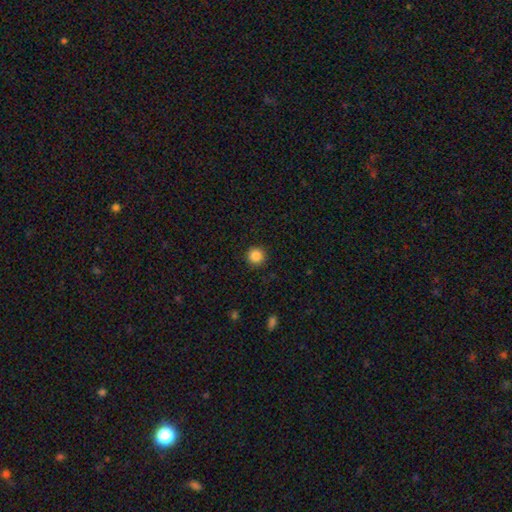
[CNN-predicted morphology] smooth 87%, star or artifact 10%, featured or disk 3%. Down the decision tree: how rounded — round (95%); merging — none (92%).